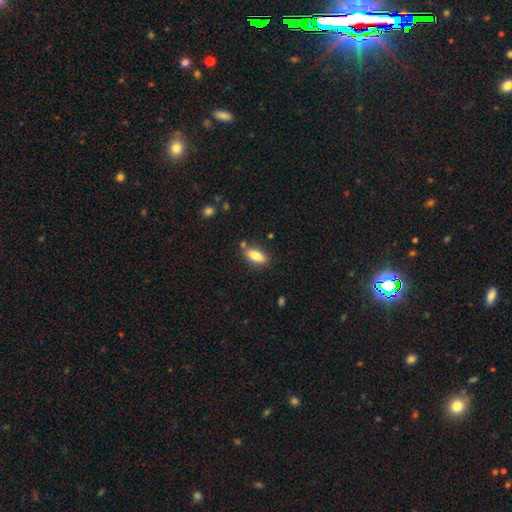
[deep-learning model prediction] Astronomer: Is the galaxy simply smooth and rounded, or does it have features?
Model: smooth — 83%.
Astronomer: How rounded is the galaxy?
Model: in between — 82%.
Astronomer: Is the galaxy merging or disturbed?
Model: none — 77%.